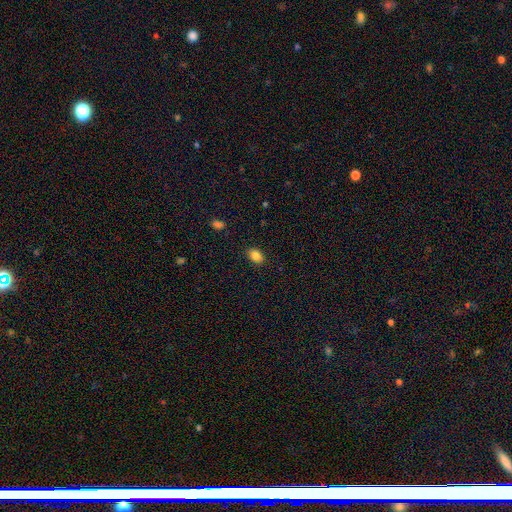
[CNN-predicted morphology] A smooth galaxy with no disk features (86%) that is in between round and cigar-shaped (76%).

Vote fractions:
- Smooth or featured? smooth: 86% / star or artifact: 9% / featured or disk: 5%
- How rounded? in between: 76% / round: 23% / cigar-shaped: 1%
- Merging? none: 88% / minor disturbance: 9% / major disturbance: 2% / merger: 1%